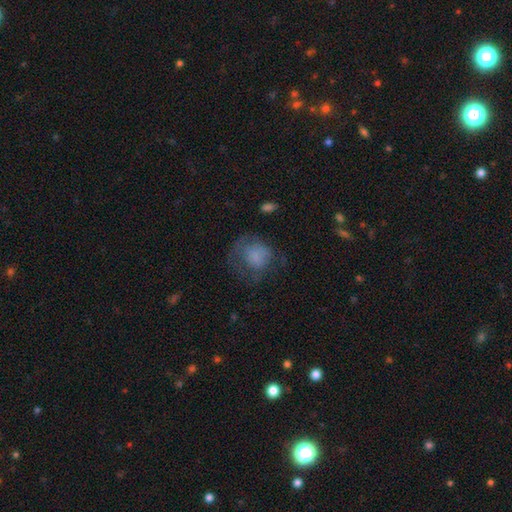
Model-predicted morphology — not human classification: Smooth or featured? Predicted: smooth (p=0.63). How rounded? Predicted: round (p=0.71). Merging? Predicted: none (p=0.41).